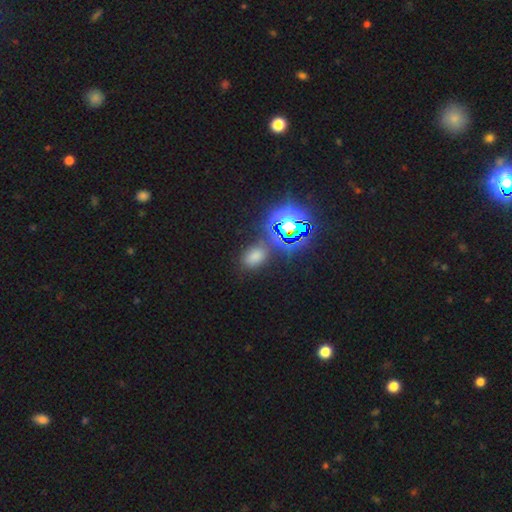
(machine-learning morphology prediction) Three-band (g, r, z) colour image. It shows a smooth galaxy with no disk features (50%). Merging: none (78%).